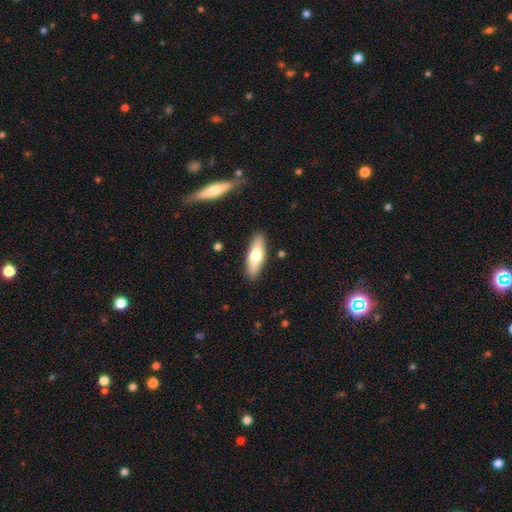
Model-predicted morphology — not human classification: smooth-or-featured: smooth: 64% | featured or disk: 31% | star or artifact: 6%
  how-rounded: in between: 51% | cigar-shaped: 47% | round: 2%
  merging: none: 88% | minor disturbance: 8% | major disturbance: 2% | merger: 2%